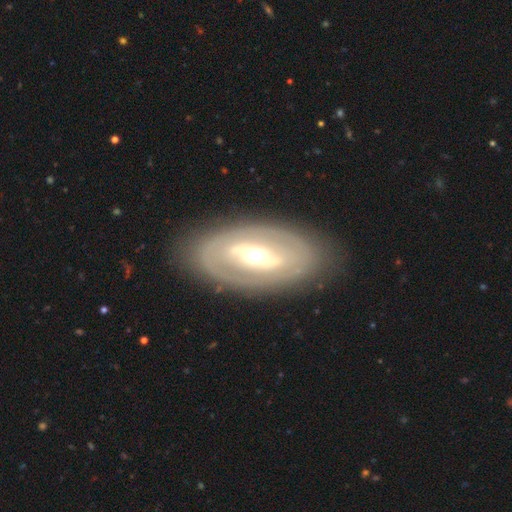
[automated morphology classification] Smooth or featured? Predicted: featured or disk (p=0.77). Edge-on disk? Predicted: no (p=0.92). Bar? Predicted: strong (p=0.36). Spiral arms? Predicted: yes (p=0.53). Bulge size? Predicted: moderate (p=0.66). Merging? Predicted: none (p=0.82).